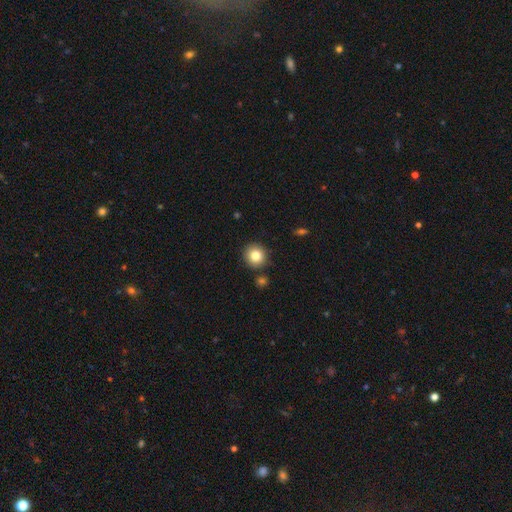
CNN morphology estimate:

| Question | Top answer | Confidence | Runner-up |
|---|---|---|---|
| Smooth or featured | smooth | 83% | star or artifact (10%) |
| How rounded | round | 92% | in between (7%) |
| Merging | none | 87% | minor disturbance (7%) |